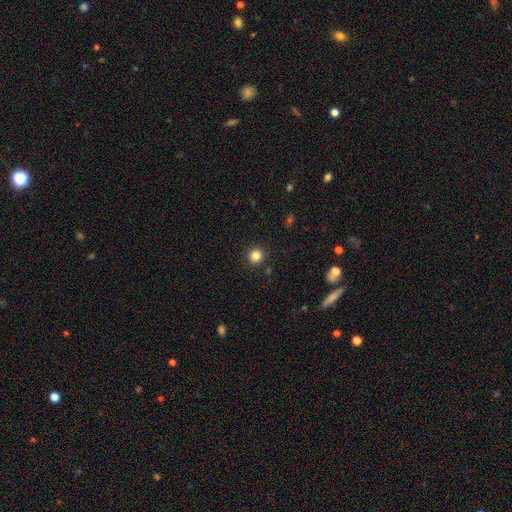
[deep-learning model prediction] Smooth or featured: smooth — 83% (star or artifact — 12%)
How rounded: round — 95% (in between — 4%)
Merging: none — 92% (minor disturbance — 5%)